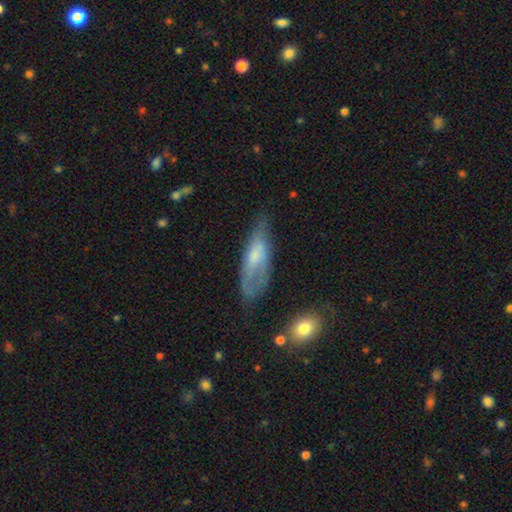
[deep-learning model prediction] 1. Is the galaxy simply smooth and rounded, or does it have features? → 55% smooth, 38% featured or disk, 7% star or artifact.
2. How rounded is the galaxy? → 56% in between, 42% cigar-shaped, 2% round.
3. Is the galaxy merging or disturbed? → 53% none, 30% minor disturbance, 14% major disturbance, 3% merger.